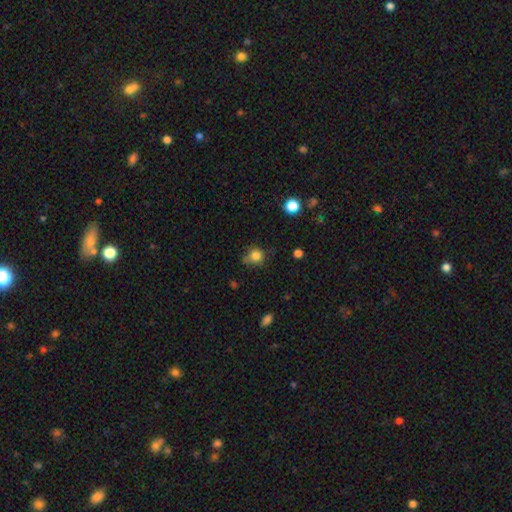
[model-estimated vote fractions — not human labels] smooth-or-featured: smooth: 80% | star or artifact: 13% | featured or disk: 7%
  how-rounded: round: 83% | in between: 16% | cigar-shaped: 1%
  merging: none: 62% | minor disturbance: 25% | major disturbance: 7% | merger: 5%